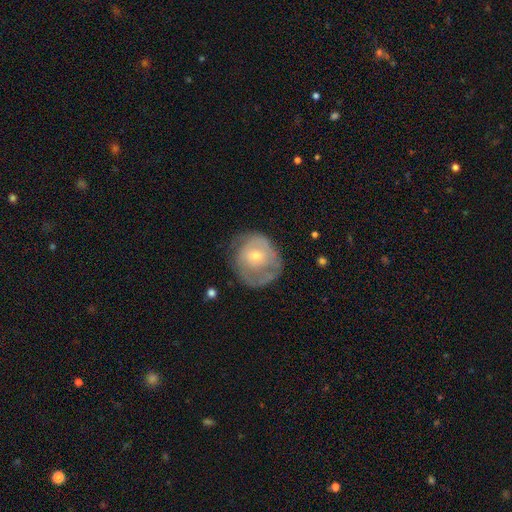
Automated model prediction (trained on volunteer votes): A featured or disk galaxy (55%) with no bar (74%), spiral arms (58%) and a small central bulge (49%). Merging: none (50%).